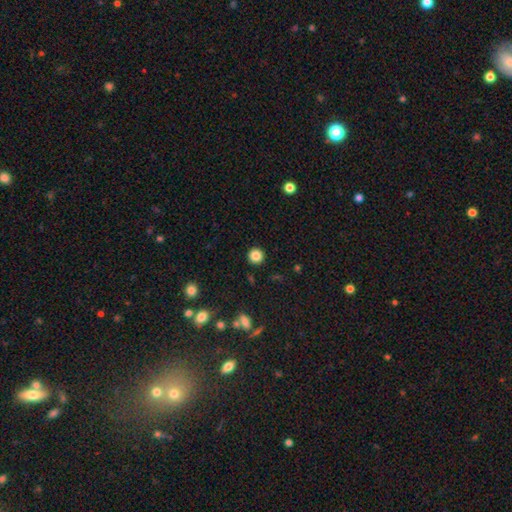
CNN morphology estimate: The model was most divided on "smooth or featured": smooth: 84%, star or artifact: 11%, featured or disk: 4%. More confident: how rounded — round (95%); merging — none (92%).